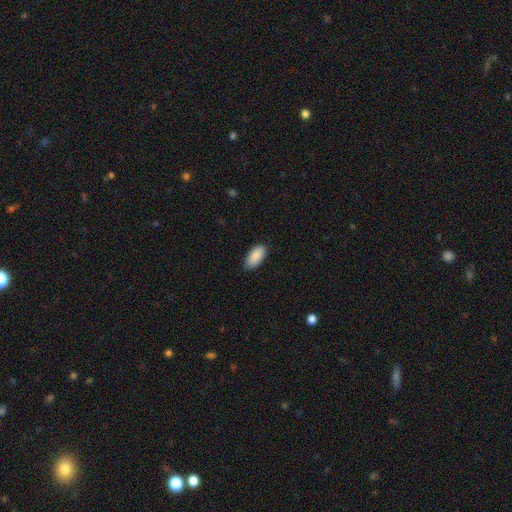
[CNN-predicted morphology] The model was most divided on "merging": none: 80%, minor disturbance: 17%, major disturbance: 2%, merger: 1%. More confident: how rounded — in between (94%); smooth or featured — smooth (90%).